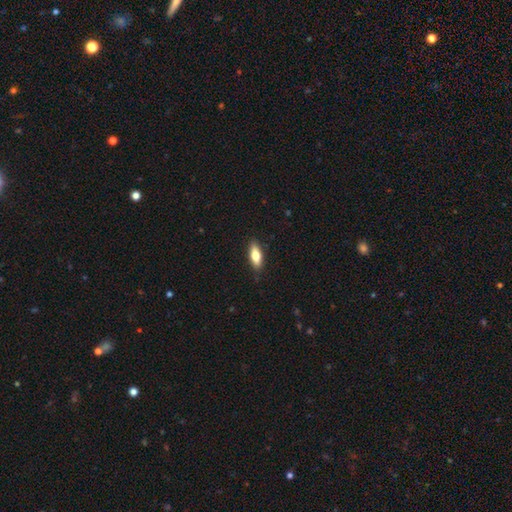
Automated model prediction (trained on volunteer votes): Morphology: type=smooth (70%); roundness=in between (65%); merging=none (87%).